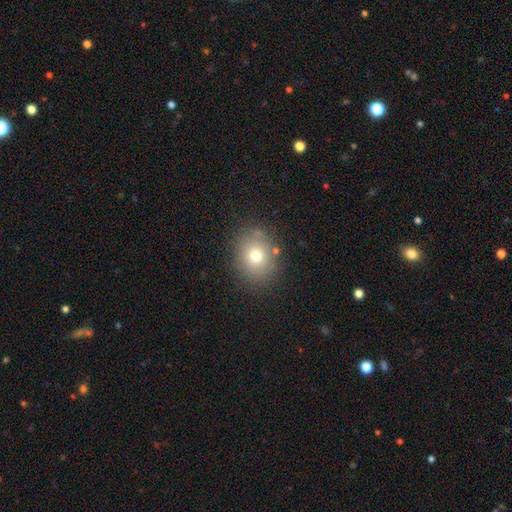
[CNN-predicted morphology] A smooth galaxy with no disk features (72%) that is round (58%). Merging: none (81%).